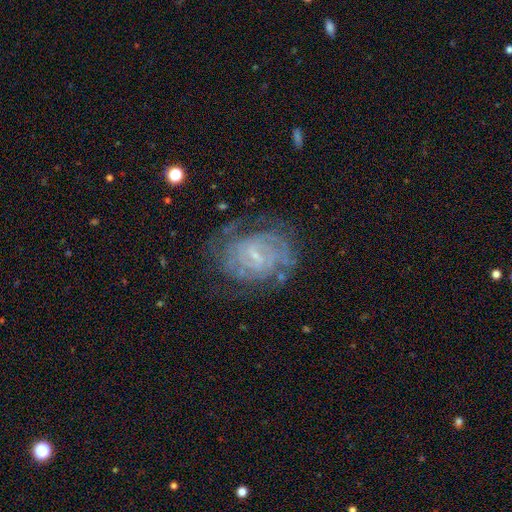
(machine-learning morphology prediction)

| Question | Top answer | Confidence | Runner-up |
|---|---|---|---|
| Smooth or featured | featured or disk | 81% | smooth (10%) |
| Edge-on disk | no | 97% | yes (3%) |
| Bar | weak | 54% | no (26%) |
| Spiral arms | yes | 91% | no (9%) |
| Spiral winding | tight | 71% | medium (24%) |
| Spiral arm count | can't tell | 45% | 2 (23%) |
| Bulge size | small | 73% | moderate (14%) |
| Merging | none | 66% | minor disturbance (20%) |